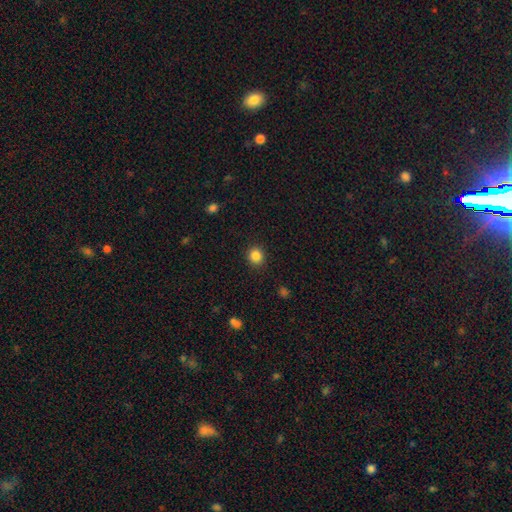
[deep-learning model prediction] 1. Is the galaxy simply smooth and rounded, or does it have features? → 85% smooth, 11% star or artifact, 4% featured or disk.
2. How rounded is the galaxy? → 85% round, 14% in between, 1% cigar-shaped.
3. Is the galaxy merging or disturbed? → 91% none, 6% minor disturbance, 2% major disturbance, 1% merger.